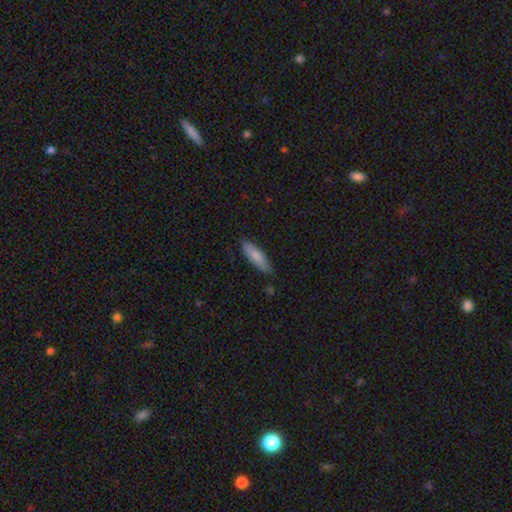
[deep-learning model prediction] Smooth or featured?
  - smooth: 80% *
  - featured or disk: 15%
  - star or artifact: 6%
How rounded?
  - cigar-shaped: 59% *
  - in between: 40%
  - round: 2%
Merging?
  - none: 83% *
  - minor disturbance: 13%
  - major disturbance: 2%
  - merger: 2%